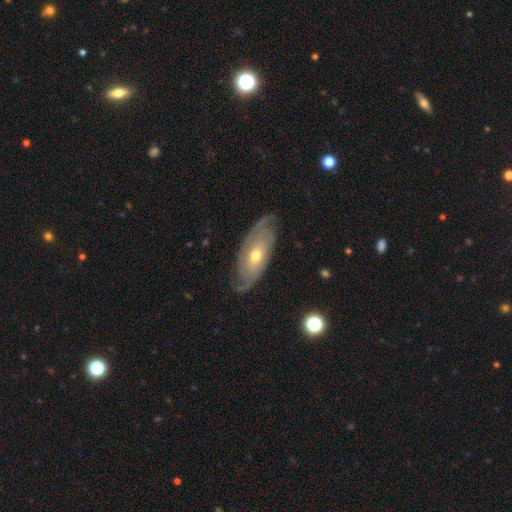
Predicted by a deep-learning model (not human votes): smooth_or_featured: featured or disk (p=0.82) [alt: smooth p=0.12]
disk_edge_on: no (p=0.88) [alt: yes p=0.12]
bar: no (p=0.74) [alt: weak p=0.20]
has_spiral_arms: yes (p=0.93) [alt: no p=0.07]
spiral_winding: tight (p=0.63) [alt: medium p=0.28]
spiral_arm_count: 2 (p=0.54) [alt: can't tell p=0.26]
bulge_size: moderate (p=0.61) [alt: small p=0.34]
merging: none (p=0.80) [alt: minor disturbance p=0.15]